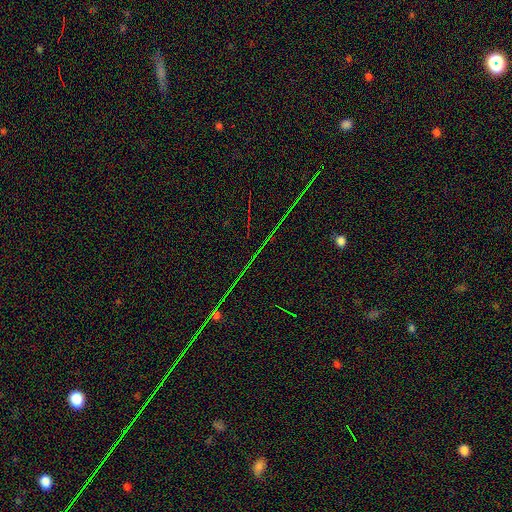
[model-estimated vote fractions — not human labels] star or artifact 80%, smooth 10%, featured or disk 10%.